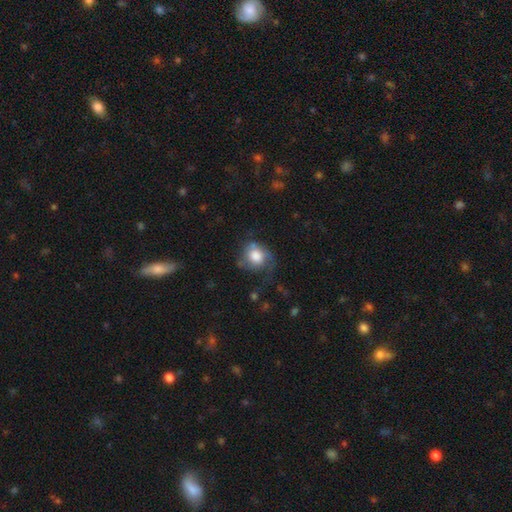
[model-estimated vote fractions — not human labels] A smooth galaxy with no disk features (61%) that is round (65%). Merging: none (40%).